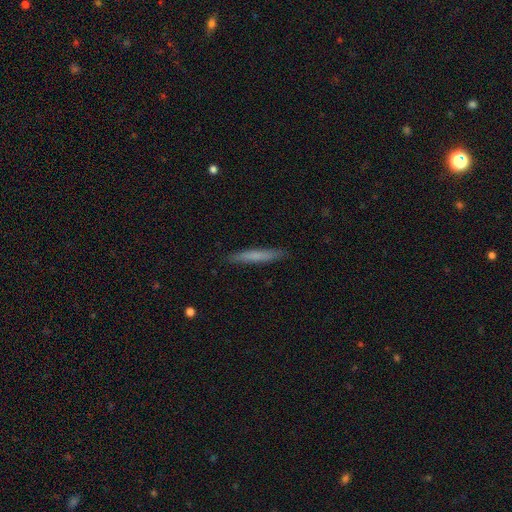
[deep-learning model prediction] Smooth or featured? Predicted: smooth (p=0.69). How rounded? Predicted: cigar-shaped (p=0.95). Merging? Predicted: none (p=0.90).